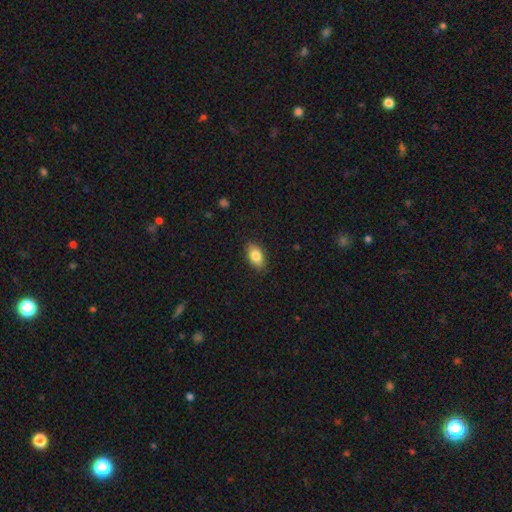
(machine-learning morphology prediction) Smooth or featured?
  - smooth: 84% *
  - featured or disk: 9%
  - star or artifact: 7%
How rounded?
  - in between: 91% *
  - round: 5%
  - cigar-shaped: 4%
Merging?
  - none: 87% *
  - minor disturbance: 9%
  - major disturbance: 2%
  - merger: 1%